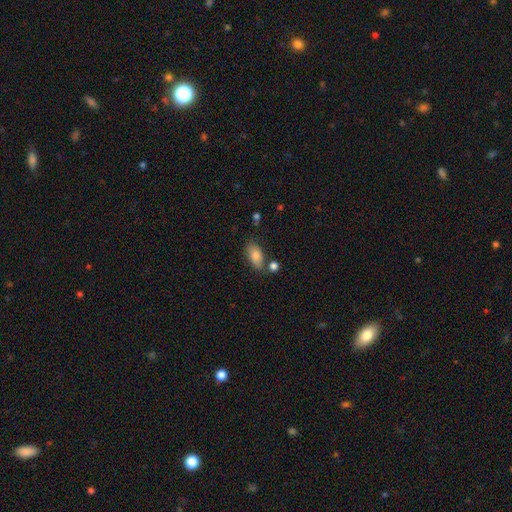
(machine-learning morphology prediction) Smooth or featured? smooth (83%)
How rounded? in between (91%)
Merging? none (69%)